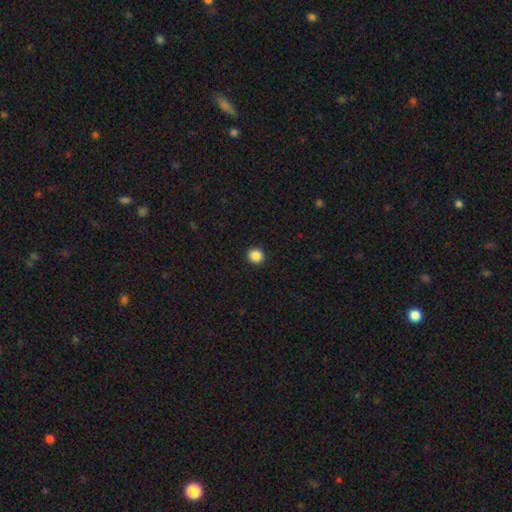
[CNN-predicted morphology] Overall: smooth (87%). How rounded: round (87%). Merging: none (93%).